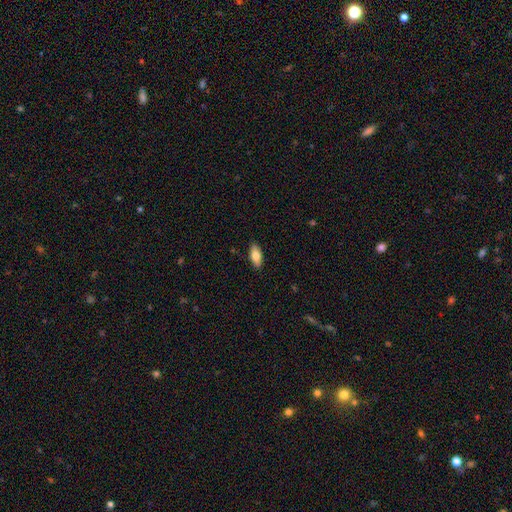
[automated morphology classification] Smooth or featured? Predicted: smooth (p=0.77). How rounded? Predicted: in between (p=0.84). Merging? Predicted: none (p=0.89).